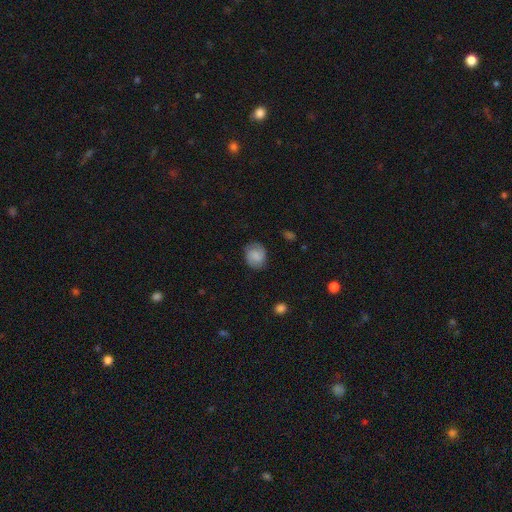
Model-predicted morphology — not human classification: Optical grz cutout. It shows a smooth galaxy with no disk features (56%) that is round (64%). Merging: none (80%).